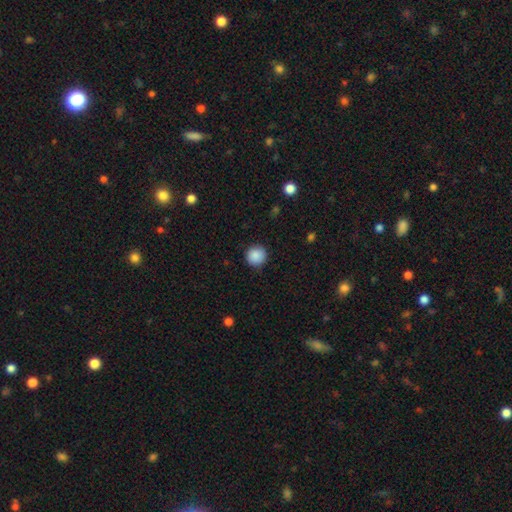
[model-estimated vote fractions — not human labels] Smooth or featured: smooth — 89% (star or artifact — 8%)
How rounded: round — 94% (in between — 5%)
Merging: none — 90% (minor disturbance — 7%)